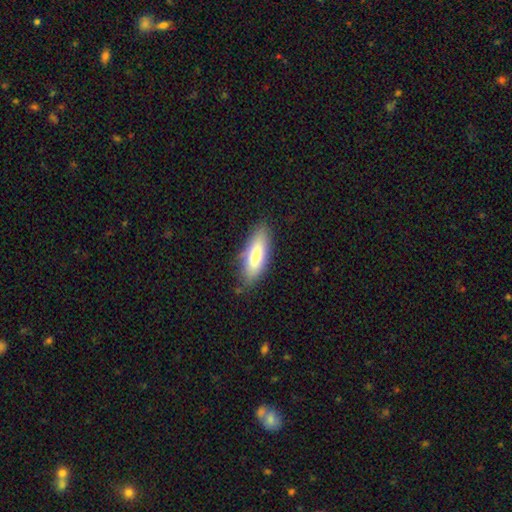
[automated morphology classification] smooth 77%, featured or disk 16%, star or artifact 6%. Down the decision tree: how rounded — in between (58%); merging — none (81%).